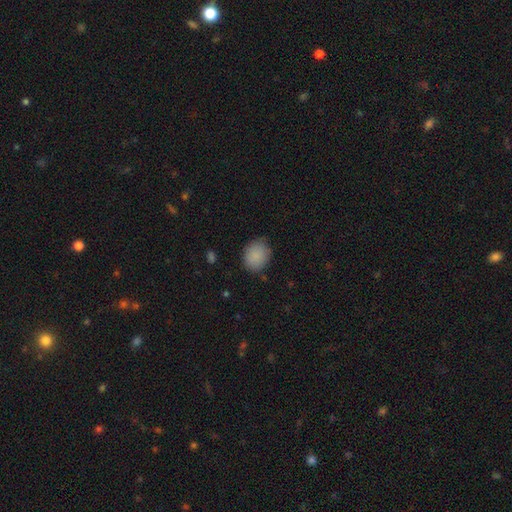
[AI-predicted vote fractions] A smooth galaxy with no disk features (87%) that is round (61%). Merging: none (78%).